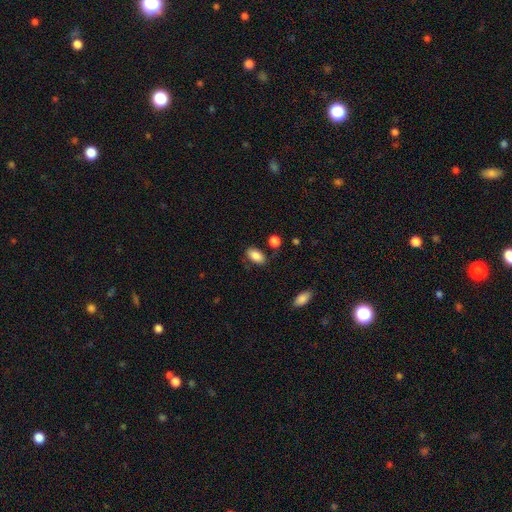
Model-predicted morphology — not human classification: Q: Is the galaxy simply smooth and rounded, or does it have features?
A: smooth — 87%.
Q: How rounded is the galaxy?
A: in between — 92%.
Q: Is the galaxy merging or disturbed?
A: none — 78%.